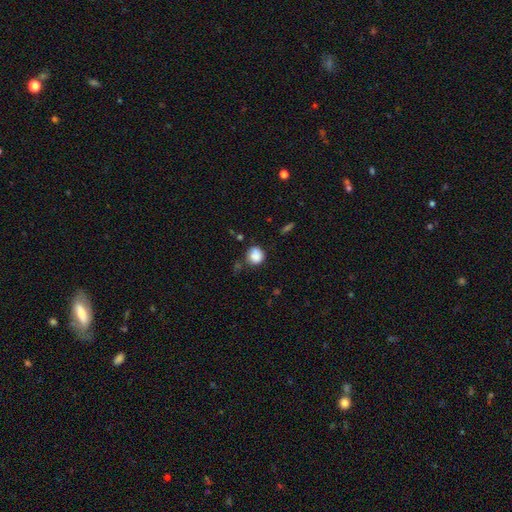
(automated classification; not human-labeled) A smooth galaxy with no disk features (85%) that is round (82%). Merging: none (61%).